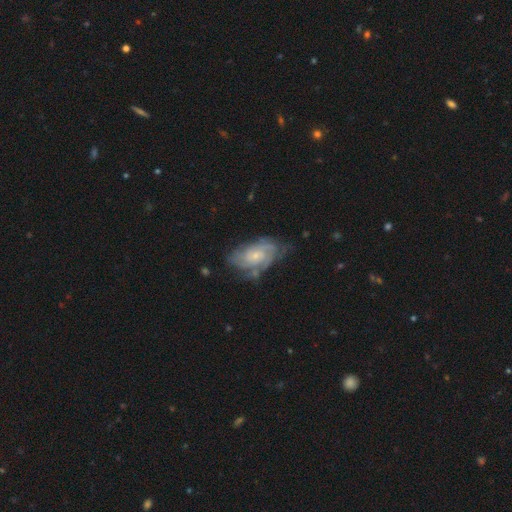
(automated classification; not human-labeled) A featured or disk galaxy (76%) with no bar (71%), tight (56%) spiral arms (90%) and a small central bulge (67%).

Vote fractions:
- Smooth or featured? featured or disk: 76% / smooth: 17% / star or artifact: 6%
- Edge-on disk? no: 96% / yes: 4%
- Bar? no: 71% / weak: 25% / strong: 4%
- Spiral arms? yes: 90% / no: 10%
- Spiral winding? tight: 56% / medium: 34% / loose: 10%
- Spiral arm count? can't tell: 41% / 2: 21% / 3: 18% / 4: 11% / more than 4: 5% / 1: 5%
- Bulge size? small: 67% / moderate: 26% / none: 5% / large: 2% / dominant: 1%
- Merging? none: 59% / minor disturbance: 26% / major disturbance: 12% / merger: 3%